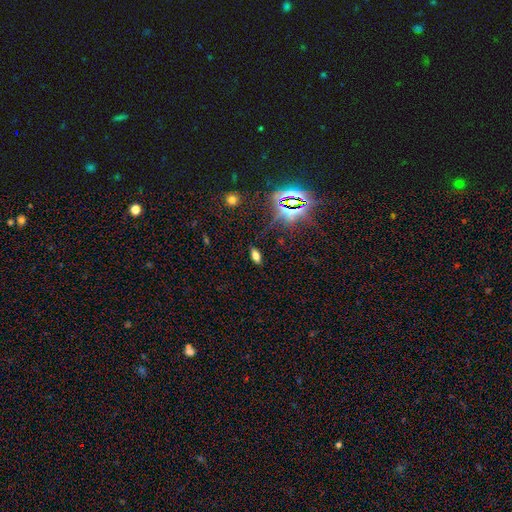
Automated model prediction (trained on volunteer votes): A smooth galaxy with no disk features (63%) that is in between round and cigar-shaped (83%).

Vote fractions:
- Smooth or featured? smooth: 63% / star or artifact: 25% / featured or disk: 12%
- How rounded? in between: 83% / cigar-shaped: 12% / round: 5%
- Merging? none: 84% / minor disturbance: 10% / major disturbance: 3% / merger: 2%